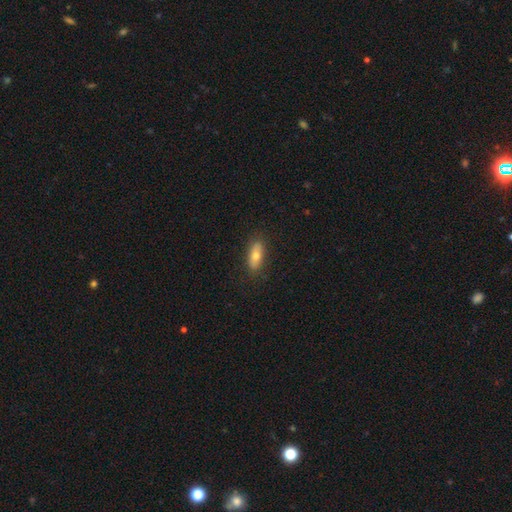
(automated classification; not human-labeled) Q: Smooth or featured?
A: smooth (69%); runner-up: featured or disk (24%)
Q: How rounded?
A: in between (71%); runner-up: cigar-shaped (26%)
Q: Merging?
A: none (85%); runner-up: minor disturbance (11%)